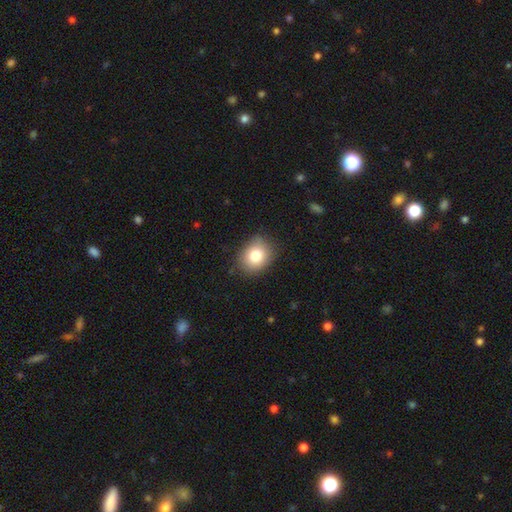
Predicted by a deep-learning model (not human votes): A smooth galaxy with no disk features (81%) that is round (53%).

Vote fractions:
- Smooth or featured? smooth: 81% / star or artifact: 10% / featured or disk: 10%
- How rounded? round: 53% / in between: 46% / cigar-shaped: 1%
- Merging? none: 84% / minor disturbance: 12% / major disturbance: 3% / merger: 1%